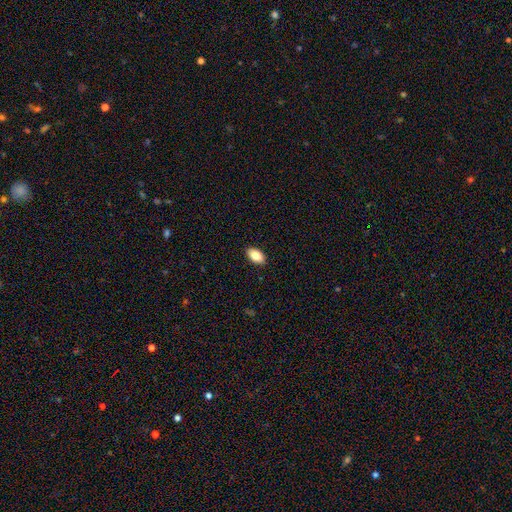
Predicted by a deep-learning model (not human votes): smooth_or_featured: smooth (p=0.84) [alt: featured or disk p=0.08]
how_rounded: in between (p=0.94) [alt: round p=0.04]
merging: none (p=0.90) [alt: minor disturbance p=0.07]